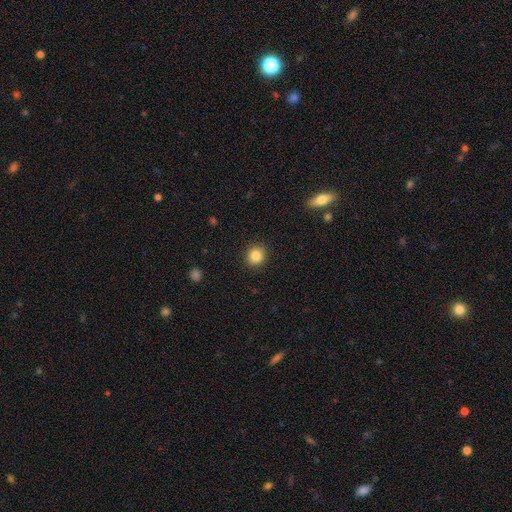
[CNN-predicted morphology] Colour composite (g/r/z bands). It shows a smooth galaxy with no disk features (85%) that is round (87%). Merging: none (91%).